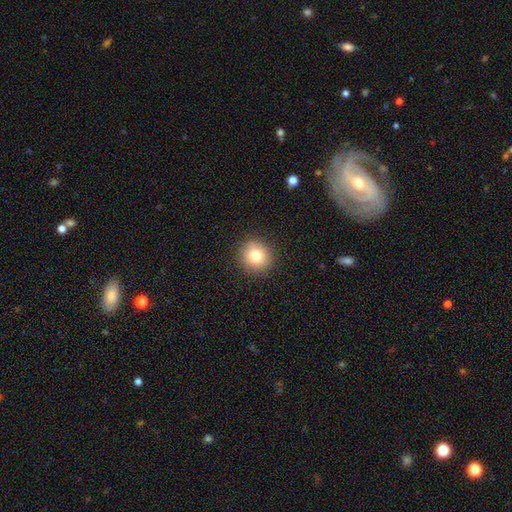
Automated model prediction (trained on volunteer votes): smooth_or_featured: smooth (p=0.80) [alt: star or artifact p=0.10]
how_rounded: round (p=0.92) [alt: in between p=0.07]
merging: none (p=0.91) [alt: minor disturbance p=0.06]